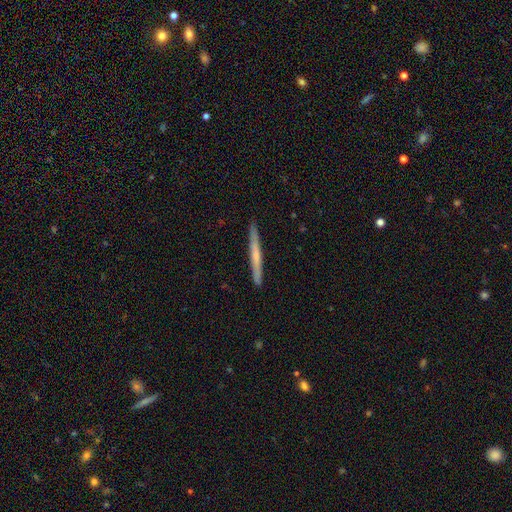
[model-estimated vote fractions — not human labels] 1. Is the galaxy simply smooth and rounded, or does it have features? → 48% smooth, 46% featured or disk, 5% star or artifact.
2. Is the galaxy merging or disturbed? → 92% none, 6% minor disturbance, 1% major disturbance, 1% merger.